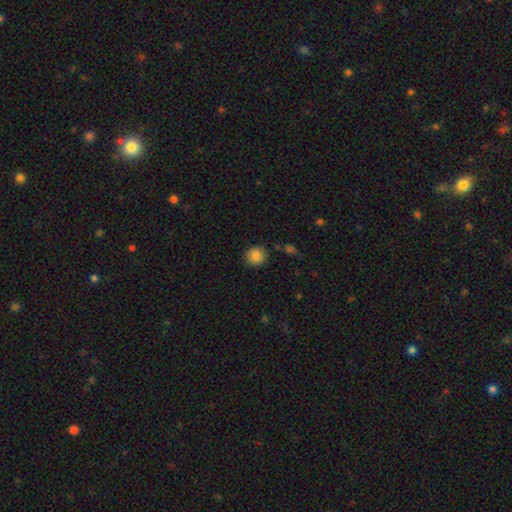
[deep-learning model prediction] Smooth or featured? Predicted: smooth (p=0.85). How rounded? Predicted: round (p=0.86). Merging? Predicted: none (p=0.85).